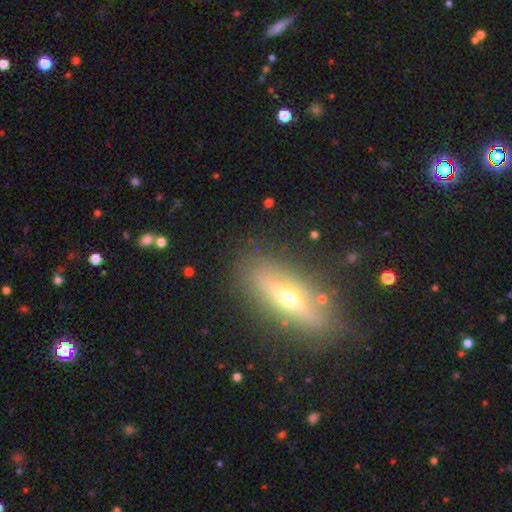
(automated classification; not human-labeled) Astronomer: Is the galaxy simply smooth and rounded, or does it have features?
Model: featured or disk — 59%.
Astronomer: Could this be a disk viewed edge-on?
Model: yes — 76%.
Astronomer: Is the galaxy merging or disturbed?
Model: none — 81%.